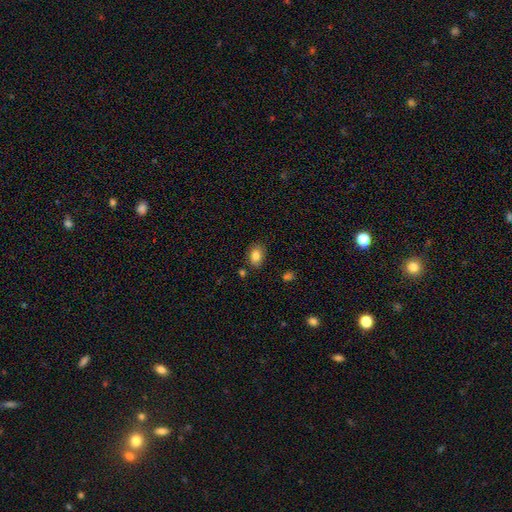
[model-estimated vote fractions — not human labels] The model was most divided on "how rounded": in between: 72%, round: 27%, cigar-shaped: 1%. More confident: smooth or featured — smooth (83%); merging — none (81%).